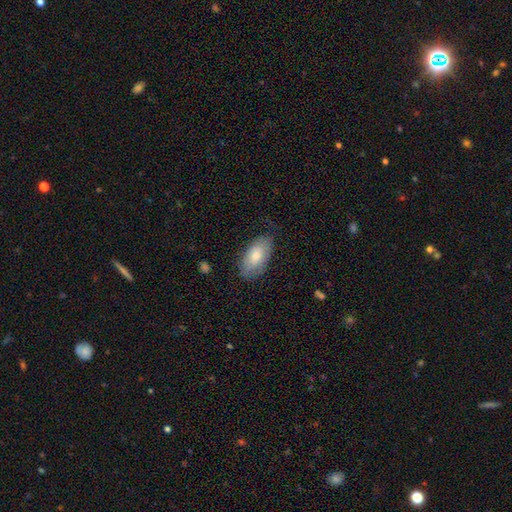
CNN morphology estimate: The model was most divided on "merging": none: 73%, minor disturbance: 21%, major disturbance: 5%, merger: 1%. More confident: how rounded — in between (93%); smooth or featured — smooth (74%).